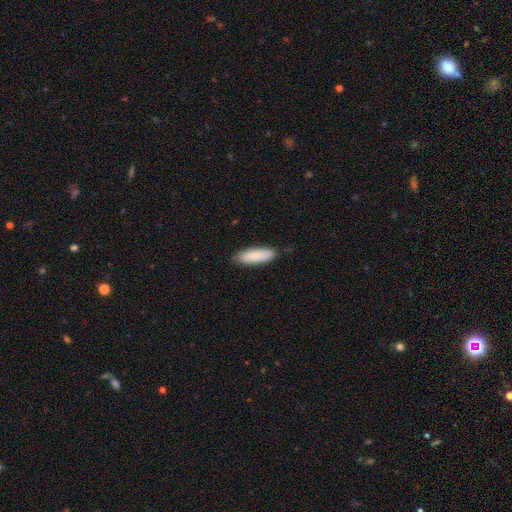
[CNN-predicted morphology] Smooth or featured: smooth — 86% (featured or disk — 9%)
How rounded: in between — 51% (cigar-shaped — 48%)
Merging: none — 84% (minor disturbance — 13%)